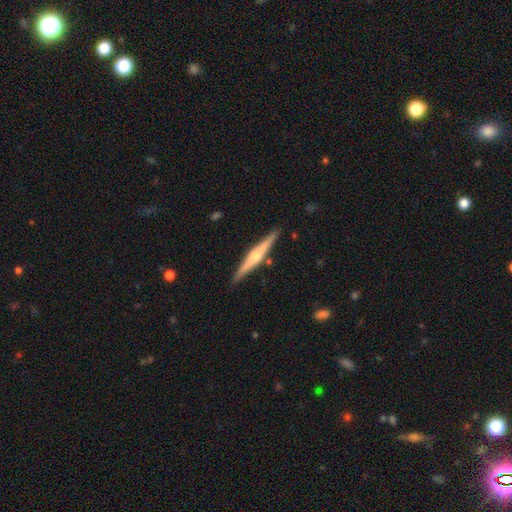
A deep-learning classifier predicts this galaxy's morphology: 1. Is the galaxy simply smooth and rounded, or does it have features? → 68% featured or disk, 27% smooth, 5% star or artifact.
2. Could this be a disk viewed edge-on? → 98% yes, 2% no.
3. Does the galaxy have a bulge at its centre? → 81% rounded, 9% none, 9% boxy.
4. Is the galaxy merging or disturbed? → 88% none, 8% minor disturbance, 2% merger, 2% major disturbance.